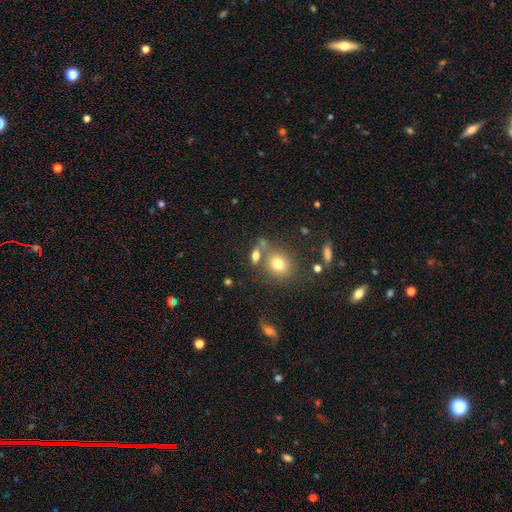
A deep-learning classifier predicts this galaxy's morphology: Smooth or featured?
  - smooth: 71% *
  - featured or disk: 15%
  - star or artifact: 14%
How rounded?
  - in between: 66% *
  - round: 25%
  - cigar-shaped: 9%
Merging?
  - none: 56% *
  - merger: 24%
  - minor disturbance: 13%
  - major disturbance: 6%